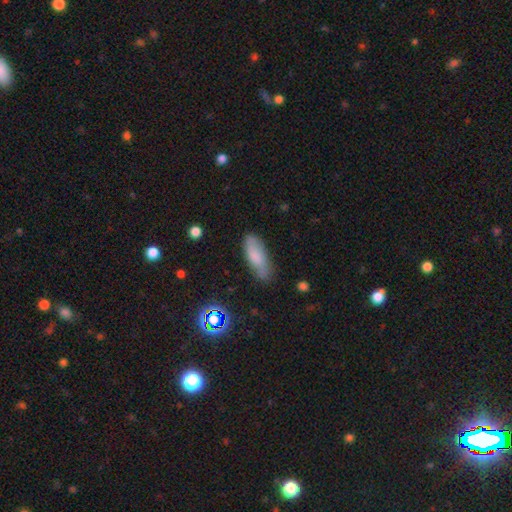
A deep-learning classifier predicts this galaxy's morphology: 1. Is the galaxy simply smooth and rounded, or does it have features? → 73% smooth, 18% featured or disk, 9% star or artifact.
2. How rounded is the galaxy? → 68% in between, 30% cigar-shaped, 2% round.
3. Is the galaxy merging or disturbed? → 74% none, 20% minor disturbance, 4% major disturbance, 2% merger.